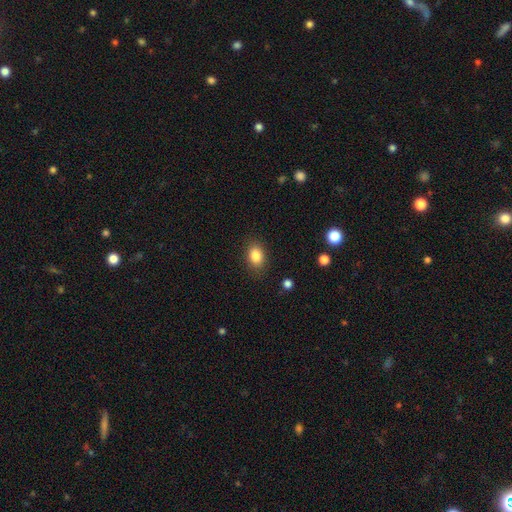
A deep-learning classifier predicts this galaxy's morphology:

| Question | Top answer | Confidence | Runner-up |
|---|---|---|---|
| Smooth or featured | smooth | 86% | star or artifact (9%) |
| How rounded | in between | 76% | round (23%) |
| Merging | none | 86% | minor disturbance (10%) |